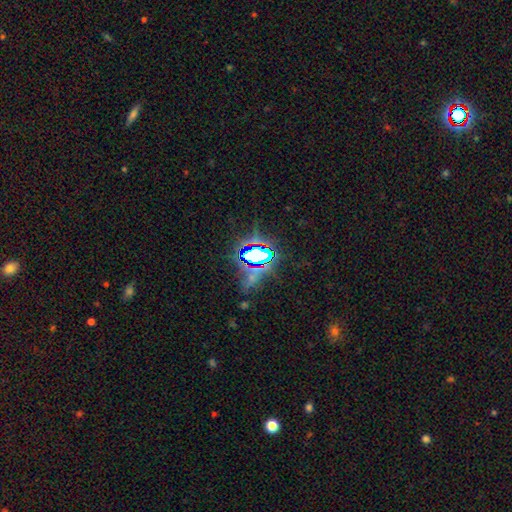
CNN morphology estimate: smooth-or-featured: star or artifact: 74% | smooth: 14% | featured or disk: 12%